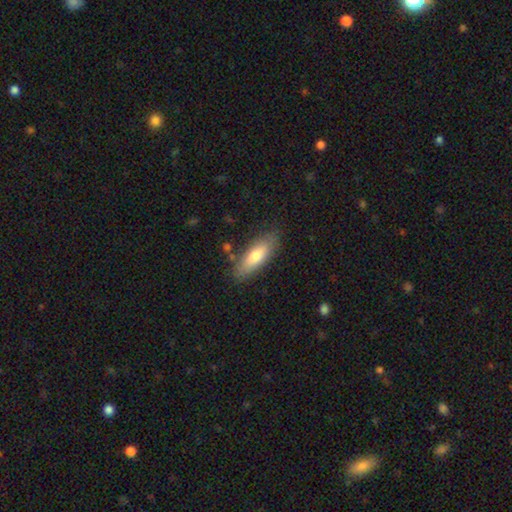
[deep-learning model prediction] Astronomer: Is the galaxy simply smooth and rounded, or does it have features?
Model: smooth — 72%.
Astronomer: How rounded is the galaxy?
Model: in between — 62%.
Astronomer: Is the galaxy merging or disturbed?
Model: none — 81%.